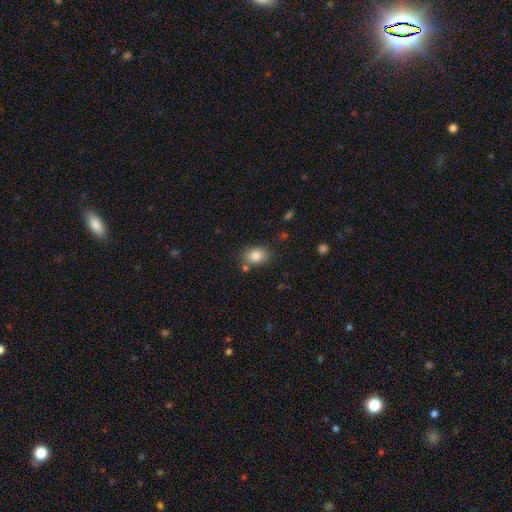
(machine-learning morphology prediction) Smooth or featured? smooth (84%)
How rounded? in between (73%)
Merging? none (76%)